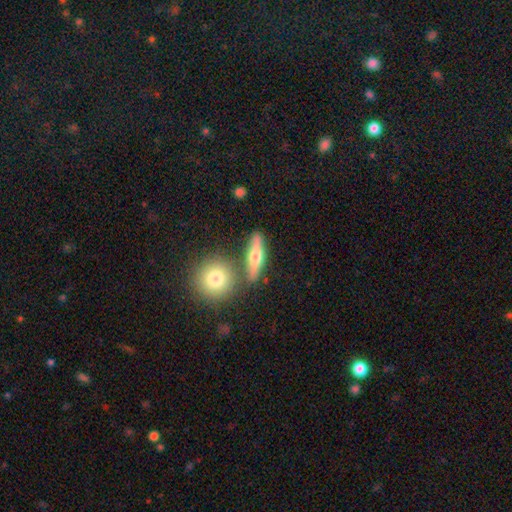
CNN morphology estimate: A smooth galaxy with no disk features (53%) that is cigar-shaped (51%). Merging: none (74%).